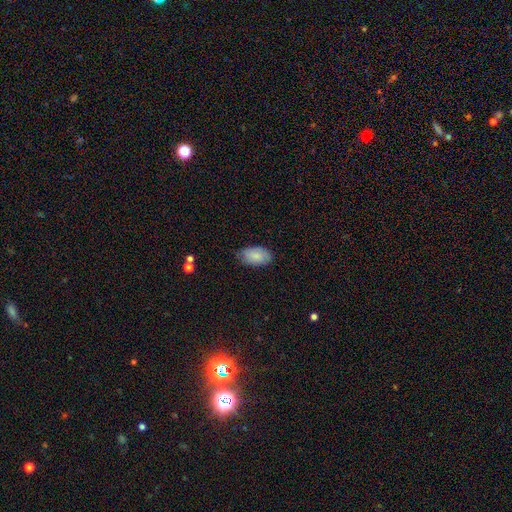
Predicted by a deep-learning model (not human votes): smooth 82%, featured or disk 11%, star or artifact 6%. Down the decision tree: how rounded — in between (94%); merging — none (74%).